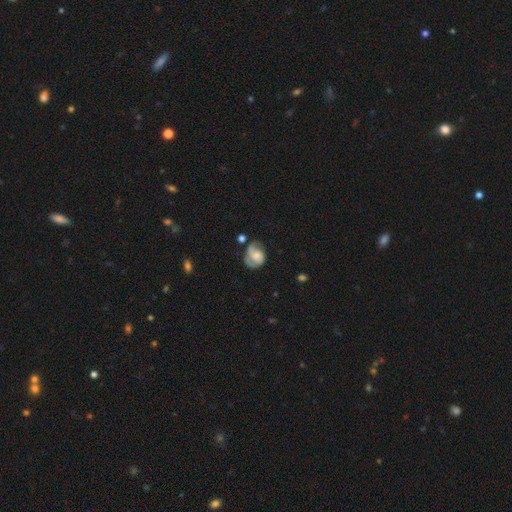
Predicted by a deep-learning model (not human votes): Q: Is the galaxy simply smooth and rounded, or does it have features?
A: featured or disk — 59%.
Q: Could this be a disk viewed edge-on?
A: no — 97%.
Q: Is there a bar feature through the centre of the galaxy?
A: no — 68%.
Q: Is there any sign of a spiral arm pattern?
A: yes — 84%.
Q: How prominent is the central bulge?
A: small — 38%.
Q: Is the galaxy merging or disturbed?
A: none — 46%.